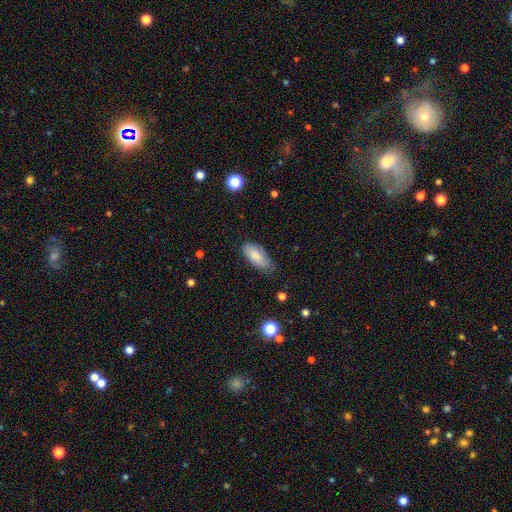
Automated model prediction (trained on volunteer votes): Morphology: type=smooth (79%); roundness=in between (89%); merging=none (66%).